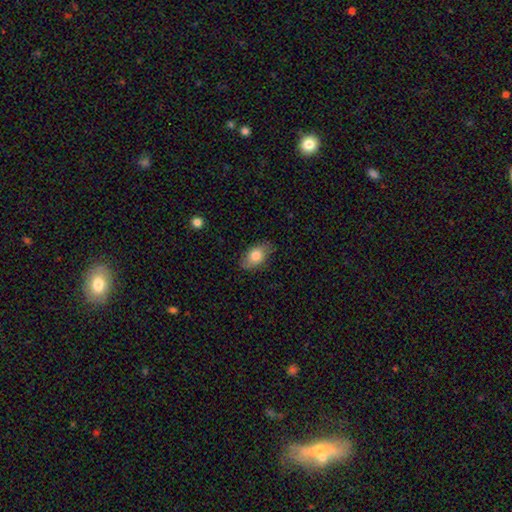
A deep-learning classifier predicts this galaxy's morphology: This is likely a smooth galaxy (79%). How rounded: clearly in between (89%). Merging: clearly none (82%).